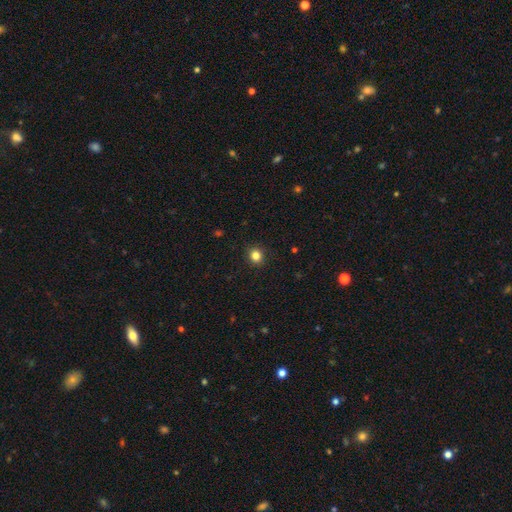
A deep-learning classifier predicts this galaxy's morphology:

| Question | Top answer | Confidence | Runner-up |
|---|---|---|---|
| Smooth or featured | smooth | 84% | star or artifact (12%) |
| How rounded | round | 82% | in between (17%) |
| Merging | none | 91% | minor disturbance (6%) |